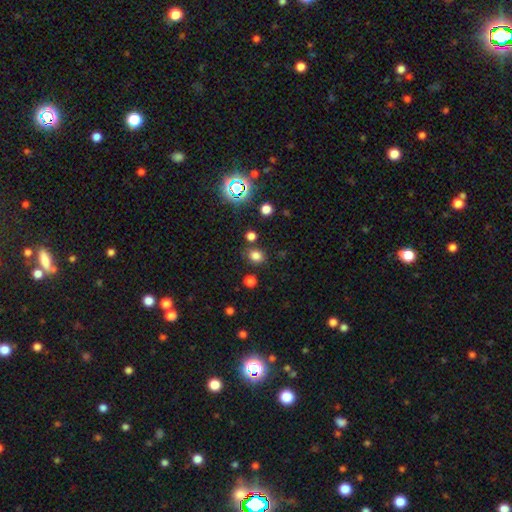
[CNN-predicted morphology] A smooth galaxy with no disk features (76%) that is round (62%). Merging: none (79%).